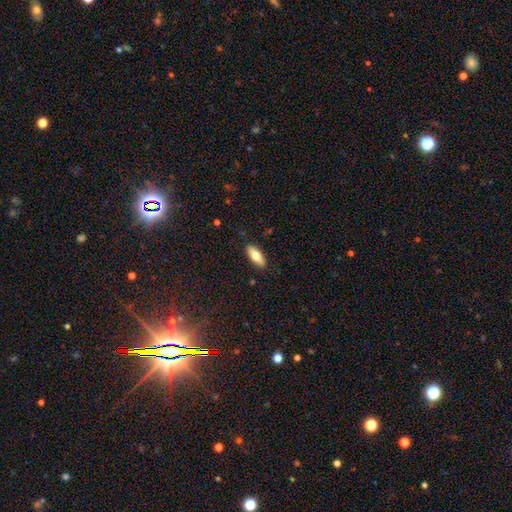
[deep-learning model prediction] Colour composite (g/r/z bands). It shows a smooth galaxy with no disk features (71%) that is in between round and cigar-shaped (77%). Merging: none (89%).